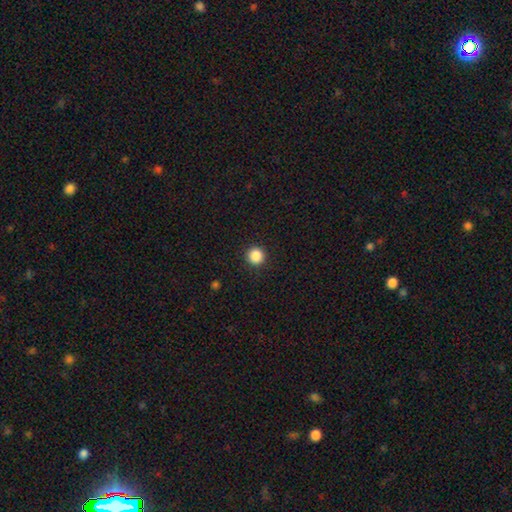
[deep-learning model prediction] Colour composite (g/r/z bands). It shows a smooth galaxy with no disk features (88%) that is round (95%). Merging: none (92%).